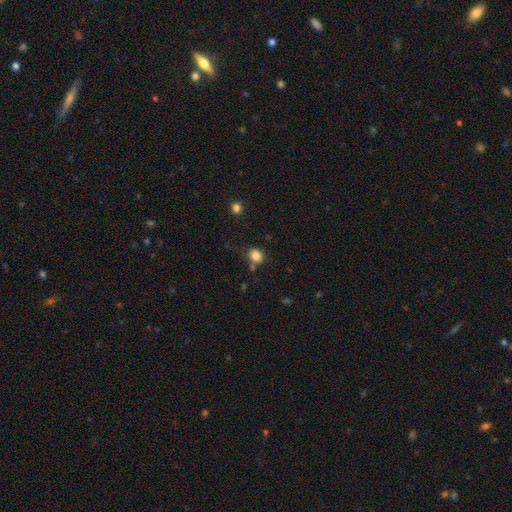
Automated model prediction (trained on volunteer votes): smooth 84%, star or artifact 11%, featured or disk 5%. Down the decision tree: how rounded — round (56%); merging — none (72%).